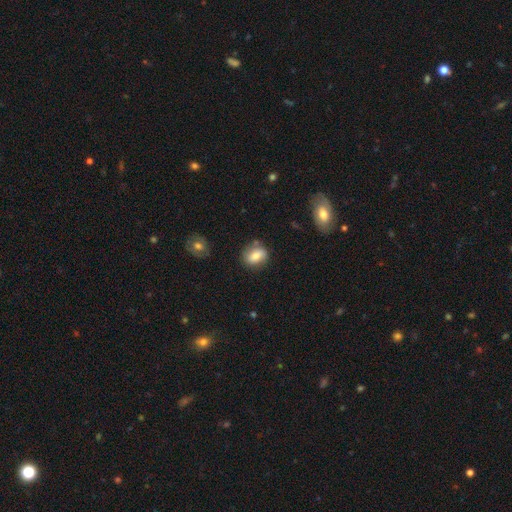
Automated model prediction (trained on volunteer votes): Smooth or featured?
  - smooth: 75% *
  - featured or disk: 17%
  - star or artifact: 9%
How rounded?
  - in between: 56% *
  - round: 42%
  - cigar-shaped: 2%
Merging?
  - none: 75% *
  - minor disturbance: 16%
  - merger: 5%
  - major disturbance: 4%